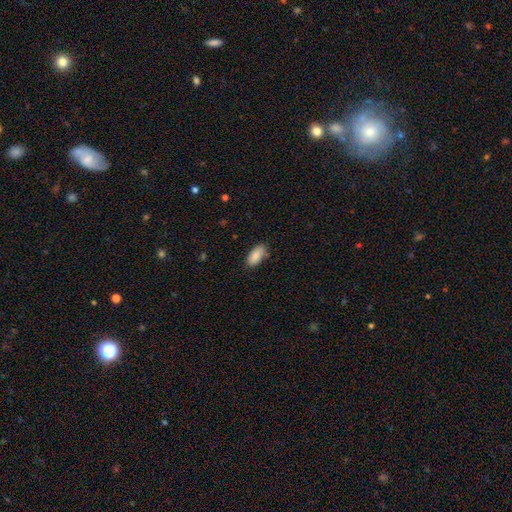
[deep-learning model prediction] Morphology: type=smooth (87%); roundness=in between (91%); merging=none (77%).